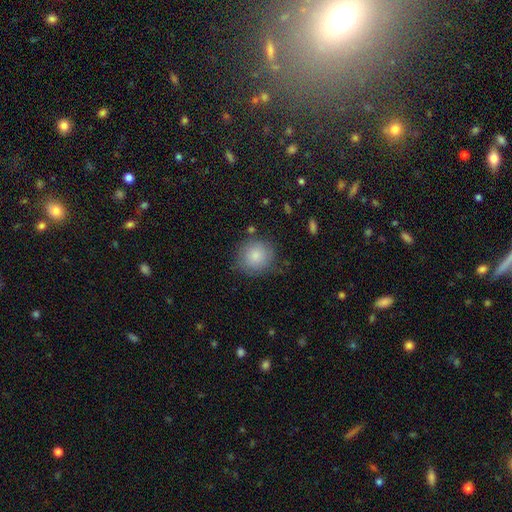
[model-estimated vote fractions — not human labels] Smooth or featured?
  - smooth: 84% *
  - featured or disk: 8%
  - star or artifact: 8%
How rounded?
  - round: 89% *
  - in between: 10%
  - cigar-shaped: 1%
Merging?
  - none: 76% *
  - minor disturbance: 17%
  - major disturbance: 5%
  - merger: 3%